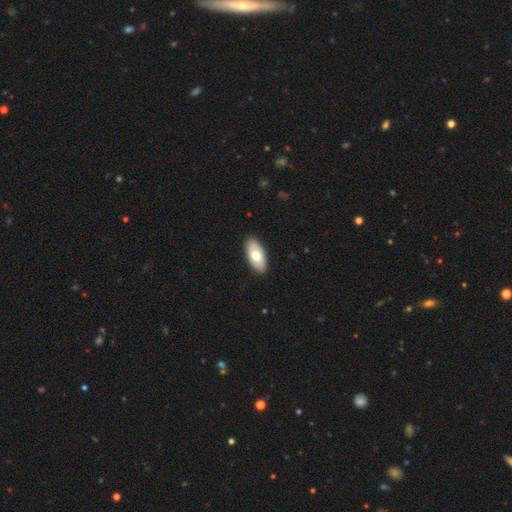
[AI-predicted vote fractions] smooth-or-featured: smooth: 65% | featured or disk: 30% | star or artifact: 5%
  how-rounded: in between: 92% | cigar-shaped: 5% | round: 3%
  merging: none: 88% | minor disturbance: 9% | major disturbance: 2% | merger: 1%